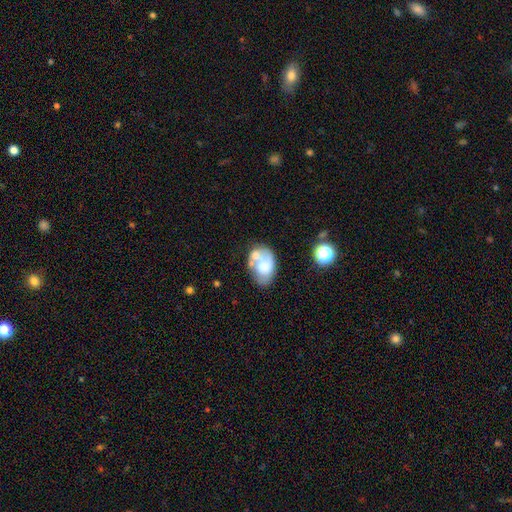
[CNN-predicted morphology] Q: Smooth or featured?
A: smooth (56%); runner-up: featured or disk (35%)
Q: How rounded?
A: in between (82%); runner-up: round (17%)
Q: Merging?
A: none (34%); runner-up: merger (31%)